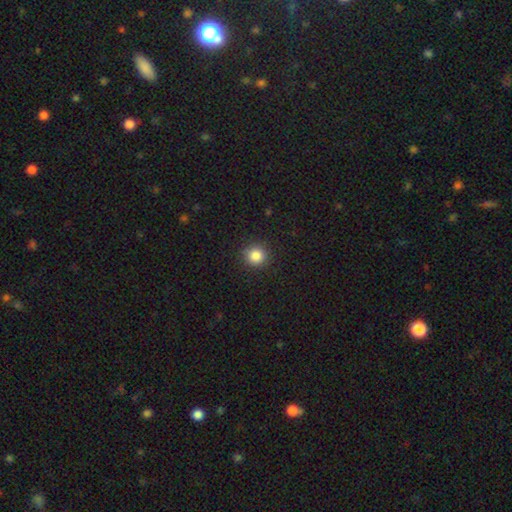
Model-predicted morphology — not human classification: Smooth or featured? smooth (85%)
How rounded? round (93%)
Merging? none (91%)